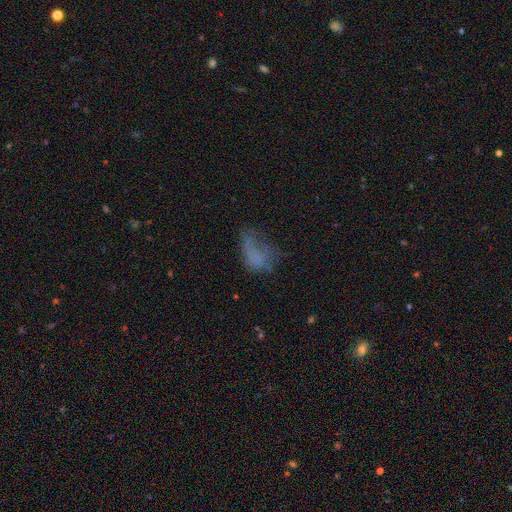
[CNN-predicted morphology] This is possibly a smooth galaxy (53%). How rounded: clearly in between (81%). Merging: marginally major disturbance (44%).